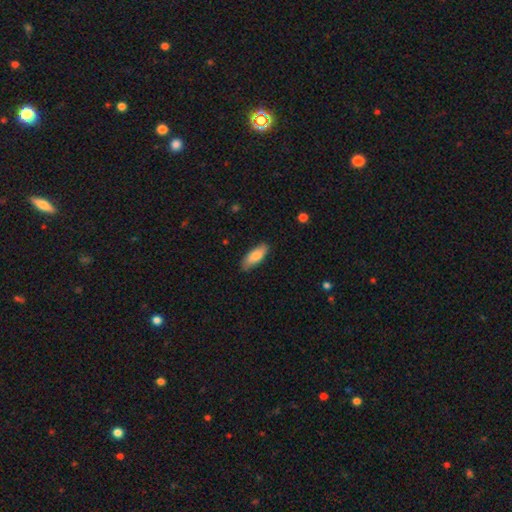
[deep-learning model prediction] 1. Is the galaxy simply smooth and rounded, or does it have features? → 79% smooth, 15% featured or disk, 6% star or artifact.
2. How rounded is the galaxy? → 73% in between, 25% cigar-shaped, 2% round.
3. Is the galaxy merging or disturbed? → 85% none, 12% minor disturbance, 2% major disturbance, 1% merger.